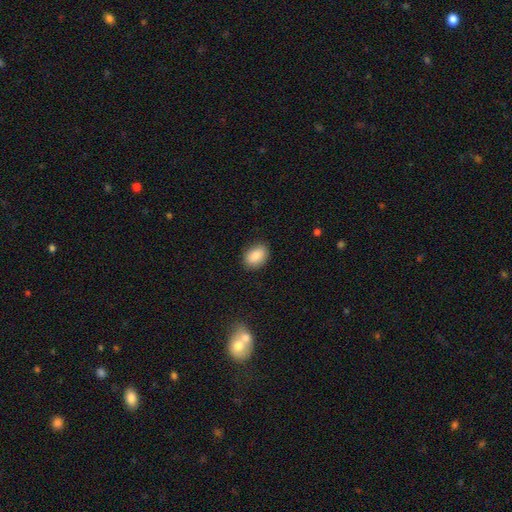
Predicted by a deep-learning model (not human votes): This is clearly a smooth galaxy (87%). How rounded: likely in between (79%). Merging: clearly none (87%).